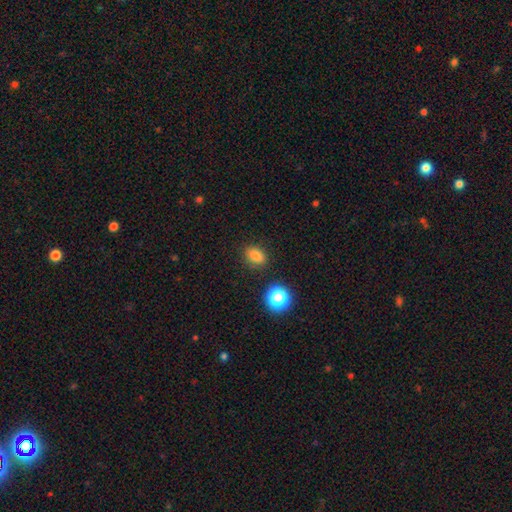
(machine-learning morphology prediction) The model was most divided on "how rounded": in between: 73%, round: 24%, cigar-shaped: 2%. More confident: merging — none (84%); smooth or featured — smooth (81%).